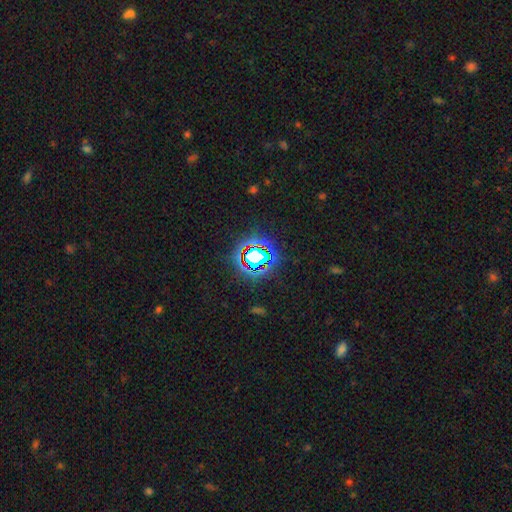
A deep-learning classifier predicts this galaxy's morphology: Smooth or featured? Predicted: star or artifact (p=0.75).